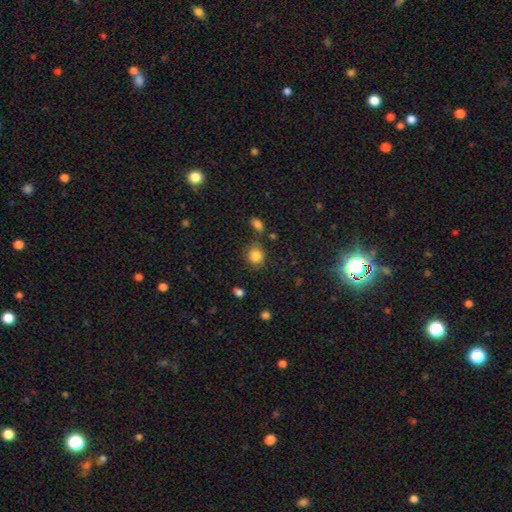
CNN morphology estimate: type=smooth (84%); roundness=round (82%); merging=none (72%).